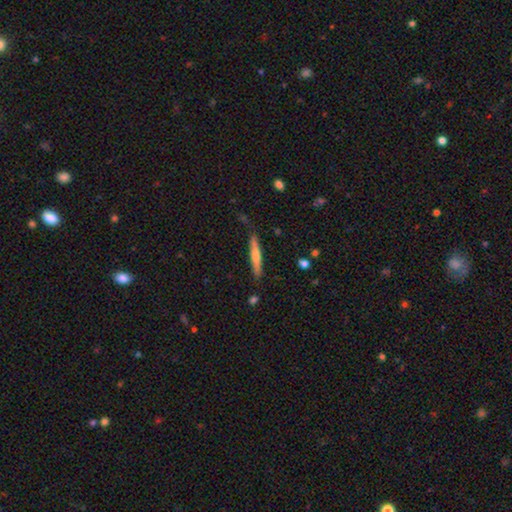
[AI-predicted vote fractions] A smooth galaxy with no disk features (64%) that is cigar-shaped (92%).

Vote fractions:
- Smooth or featured? smooth: 64% / featured or disk: 31% / star or artifact: 6%
- How rounded? cigar-shaped: 92% / in between: 6% / round: 1%
- Merging? none: 83% / minor disturbance: 13% / major disturbance: 2% / merger: 2%